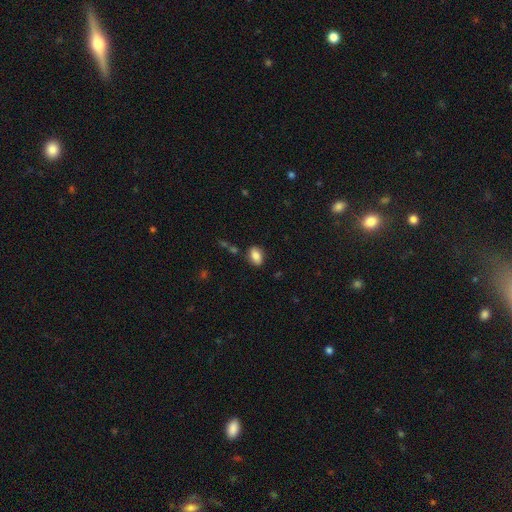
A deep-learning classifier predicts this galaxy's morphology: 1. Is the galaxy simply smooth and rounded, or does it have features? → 83% smooth, 9% featured or disk, 8% star or artifact.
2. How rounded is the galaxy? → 85% in between, 13% round, 2% cigar-shaped.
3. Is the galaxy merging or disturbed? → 82% none, 11% minor disturbance, 3% merger, 3% major disturbance.